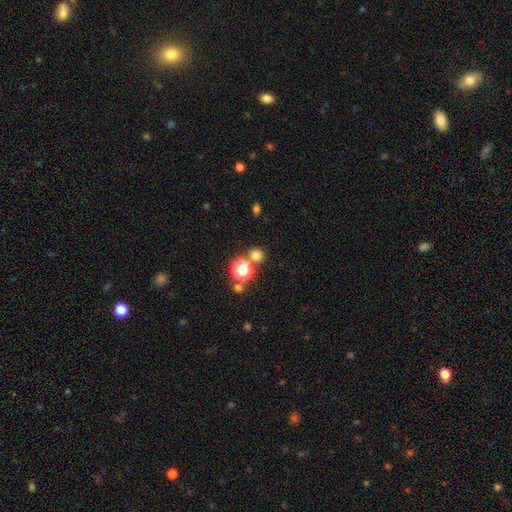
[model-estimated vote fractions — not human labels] Smooth or featured?
  - smooth: 71% *
  - star or artifact: 23%
  - featured or disk: 6%
How rounded?
  - round: 88% *
  - in between: 11%
  - cigar-shaped: 1%
Merging?
  - none: 76% *
  - merger: 13%
  - minor disturbance: 7%
  - major disturbance: 3%